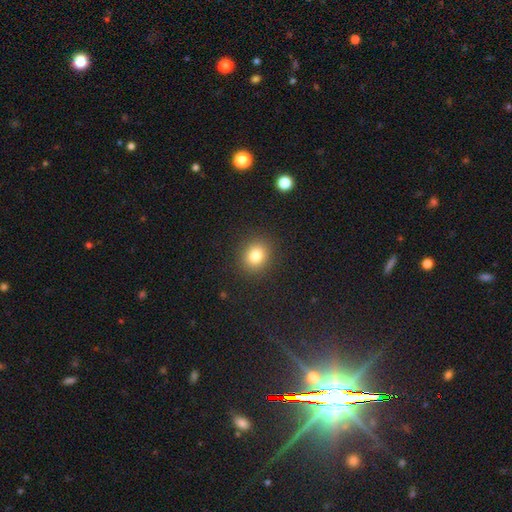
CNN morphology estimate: Smooth or featured: smooth — 81% (star or artifact — 12%)
How rounded: round — 75% (in between — 24%)
Merging: none — 89% (minor disturbance — 7%)